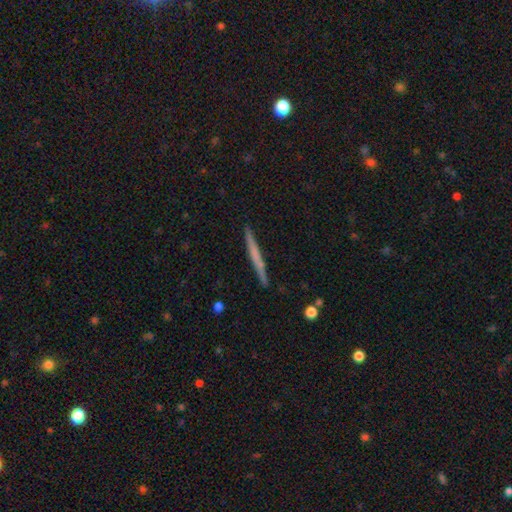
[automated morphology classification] Smooth or featured? Predicted: featured or disk (p=0.48). Merging? Predicted: none (p=0.91).